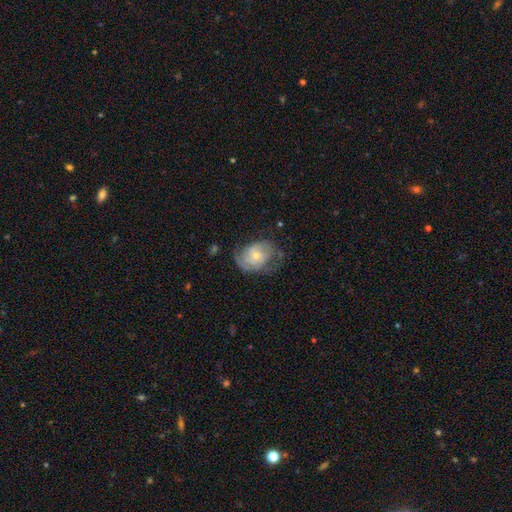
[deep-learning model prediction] Overall: featured or disk (59%; smooth 34%). Edge-on disk: no (97%). Bar: no (73%). Spiral arms: yes (78%). Bulge size: small (59%; moderate 36%). Merging: none (50%; minor disturbance 29%).